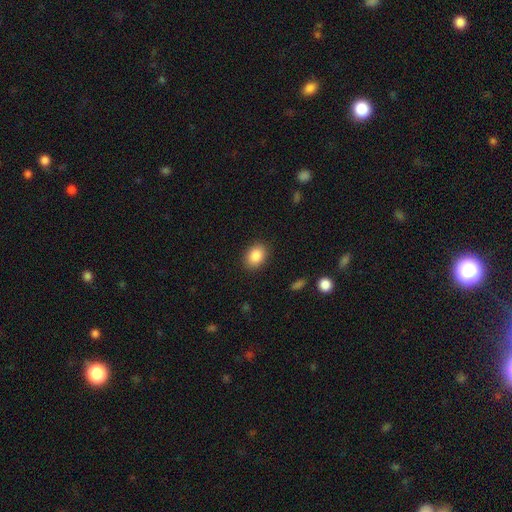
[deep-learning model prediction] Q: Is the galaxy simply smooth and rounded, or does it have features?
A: smooth — 86%.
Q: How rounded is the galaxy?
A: in between — 65%.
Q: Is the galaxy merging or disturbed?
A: none — 88%.